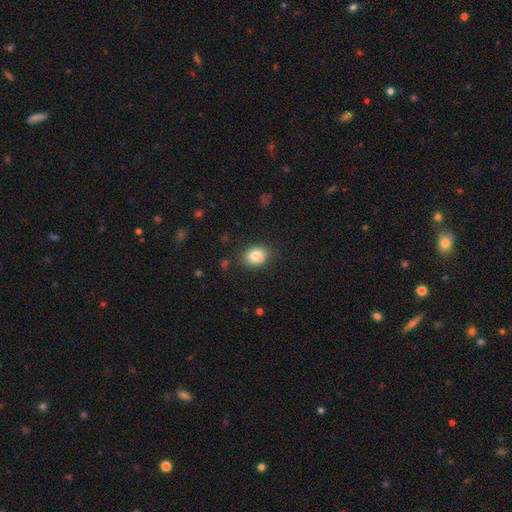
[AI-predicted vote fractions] Overall: smooth (82%). How rounded: in between (60%; round 39%). Merging: none (79%).